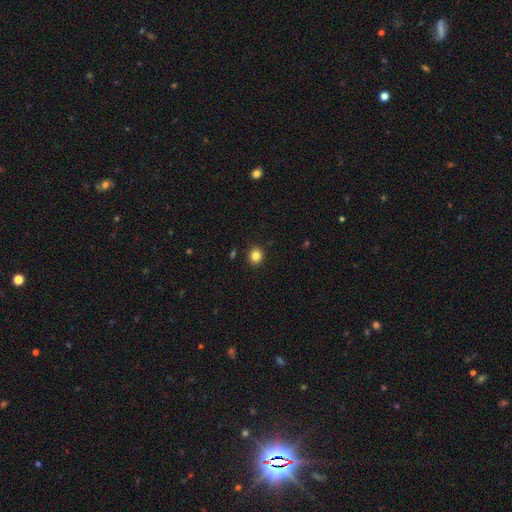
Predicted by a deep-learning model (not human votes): A smooth galaxy with no disk features (83%) that is round (84%).

Vote fractions:
- Smooth or featured? smooth: 83% / star or artifact: 12% / featured or disk: 5%
- How rounded? round: 84% / in between: 16% / cigar-shaped: 1%
- Merging? none: 91% / minor disturbance: 6% / major disturbance: 2% / merger: 1%